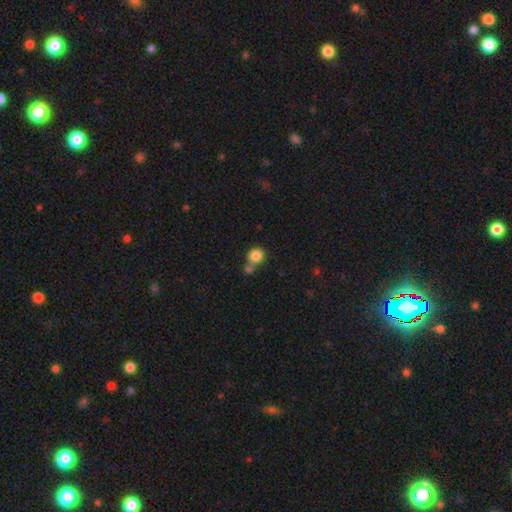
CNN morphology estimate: Q: Smooth or featured?
A: smooth (84%); runner-up: star or artifact (10%)
Q: How rounded?
A: round (87%); runner-up: in between (12%)
Q: Merging?
A: none (52%); runner-up: merger (34%)